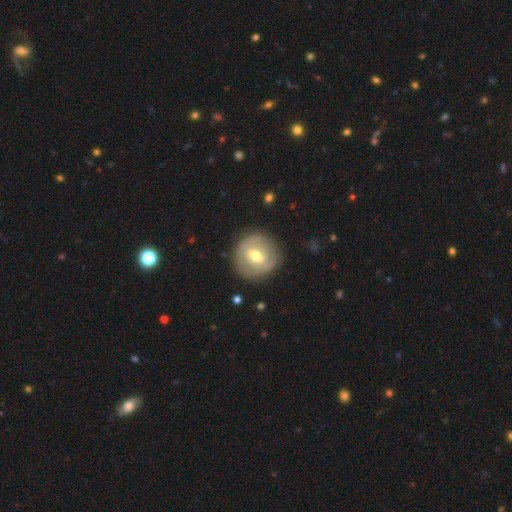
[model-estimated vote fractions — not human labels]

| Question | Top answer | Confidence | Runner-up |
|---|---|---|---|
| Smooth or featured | featured or disk | 65% | smooth (30%) |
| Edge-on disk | no | 96% | yes (4%) |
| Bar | weak | 52% | no (29%) |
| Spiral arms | yes | 71% | no (29%) |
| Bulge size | moderate | 75% | small (18%) |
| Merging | none | 82% | minor disturbance (12%) |